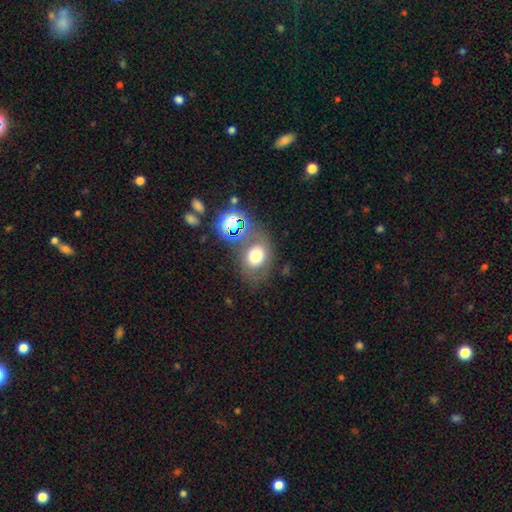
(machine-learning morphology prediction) Smooth or featured? Predicted: smooth (p=0.65). How rounded? Predicted: in between (p=0.55). Merging? Predicted: none (p=0.62).